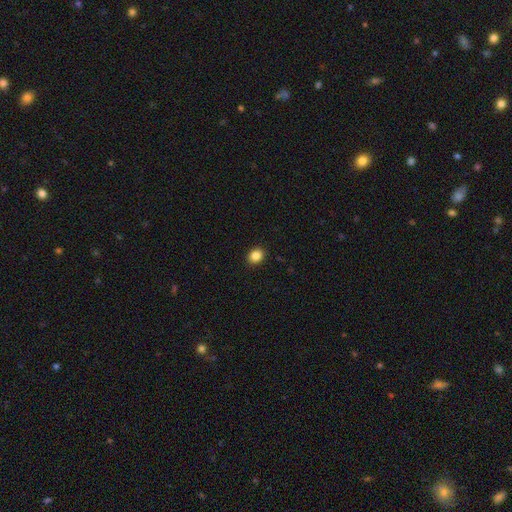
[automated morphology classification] A smooth galaxy with no disk features (86%) that is round (60%). Merging: none (91%).